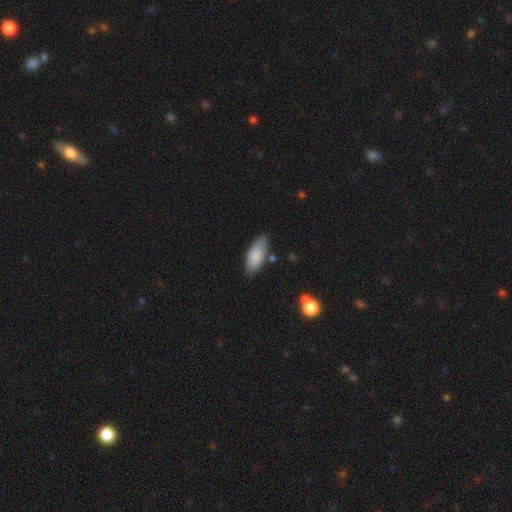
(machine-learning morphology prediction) The model was most divided on "merging": none: 76%, minor disturbance: 18%, merger: 3%, major disturbance: 3%. More confident: smooth or featured — smooth (85%); how rounded — in between (81%).